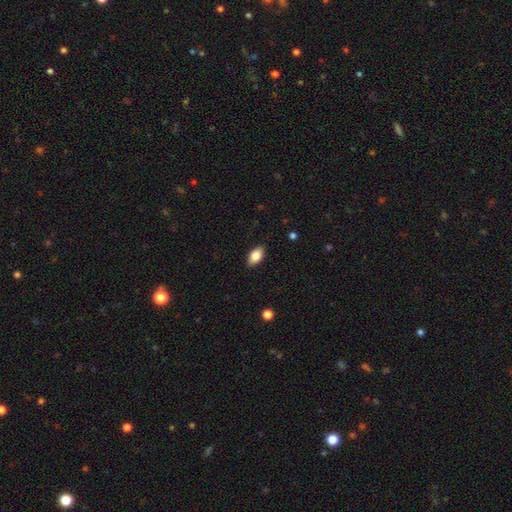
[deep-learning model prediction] smooth_or_featured: smooth (p=0.84) [alt: featured or disk p=0.09]
how_rounded: in between (p=0.92) [alt: round p=0.06]
merging: none (p=0.87) [alt: minor disturbance p=0.10]